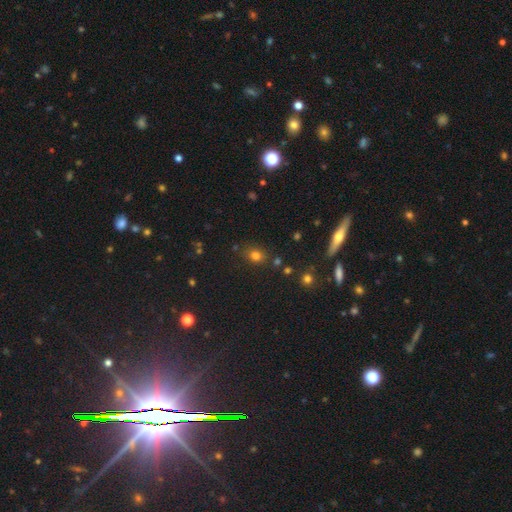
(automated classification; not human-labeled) A smooth galaxy with no disk features (75%) that is round (54%).

Vote fractions:
- Smooth or featured? smooth: 75% / star or artifact: 18% / featured or disk: 7%
- How rounded? round: 54% / in between: 45% / cigar-shaped: 1%
- Merging? none: 77% / minor disturbance: 13% / merger: 5% / major disturbance: 4%